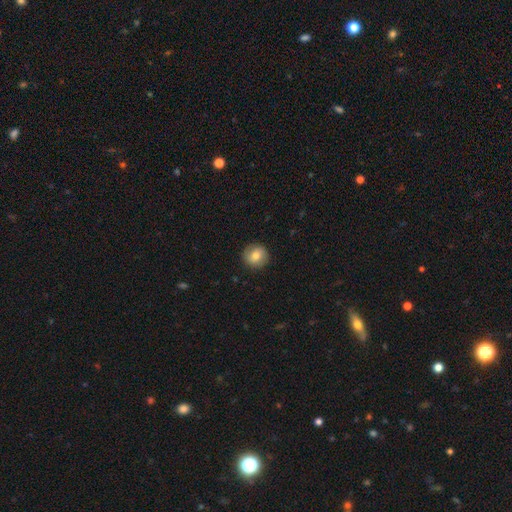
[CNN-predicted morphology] A smooth galaxy with no disk features (74%) that is round (91%).

Vote fractions:
- Smooth or featured? smooth: 74% / featured or disk: 17% / star or artifact: 9%
- How rounded? round: 91% / in between: 8% / cigar-shaped: 1%
- Merging? none: 89% / minor disturbance: 8% / major disturbance: 2% / merger: 1%